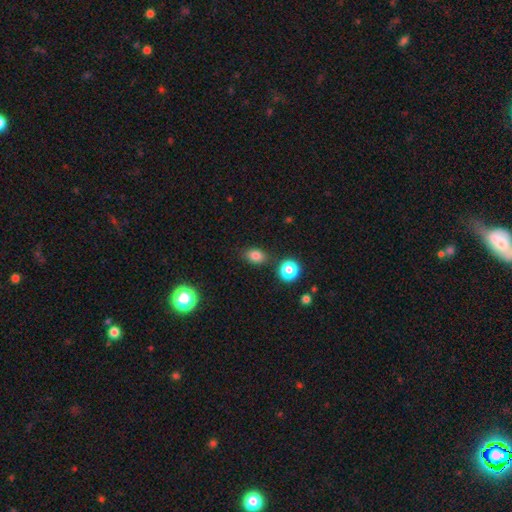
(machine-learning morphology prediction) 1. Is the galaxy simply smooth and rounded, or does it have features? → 81% smooth, 13% star or artifact, 6% featured or disk.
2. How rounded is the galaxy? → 73% in between, 26% round, 2% cigar-shaped.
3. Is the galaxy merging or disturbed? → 80% none, 11% minor disturbance, 6% merger, 3% major disturbance.